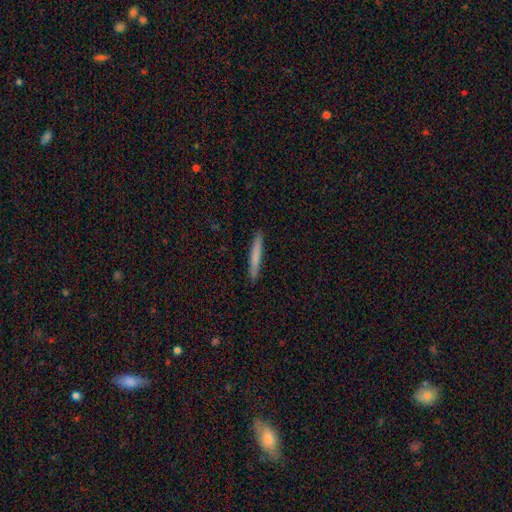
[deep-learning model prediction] Smooth or featured: smooth — 73% (featured or disk — 21%)
How rounded: cigar-shaped — 96% (in between — 3%)
Merging: none — 92% (minor disturbance — 6%)